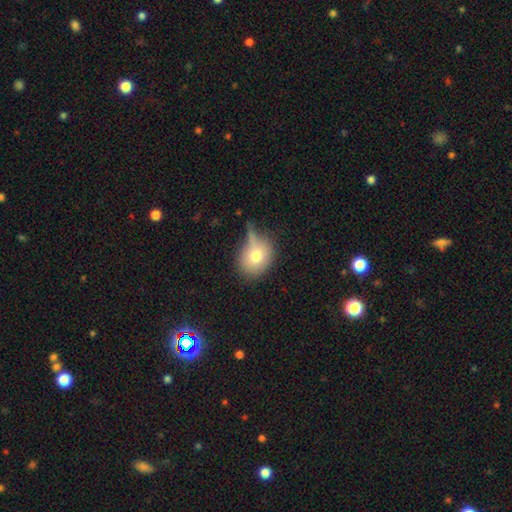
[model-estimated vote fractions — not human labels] This is likely a smooth galaxy (74%). How rounded: possibly round (57%). Merging: marginally none (42%).